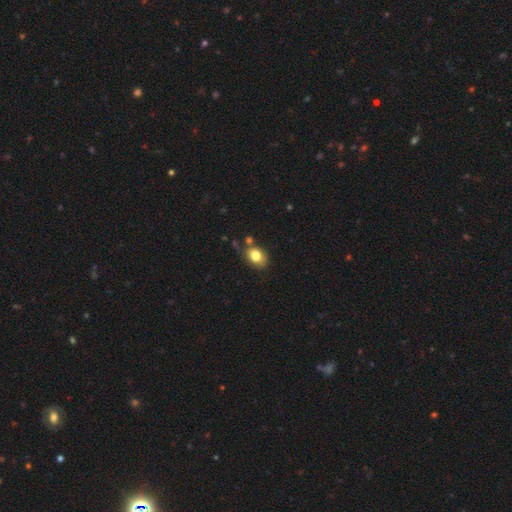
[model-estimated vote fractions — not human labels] Overall: smooth (80%). How rounded: in between (63%; round 36%). Merging: none (64%).